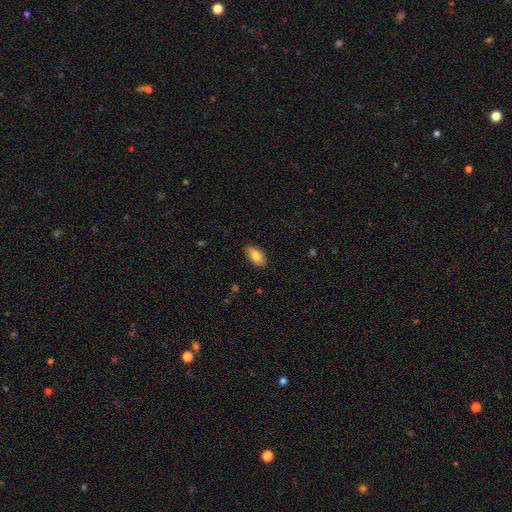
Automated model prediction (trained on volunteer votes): This is clearly a smooth galaxy (84%). How rounded: clearly in between (91%). Merging: clearly none (86%).